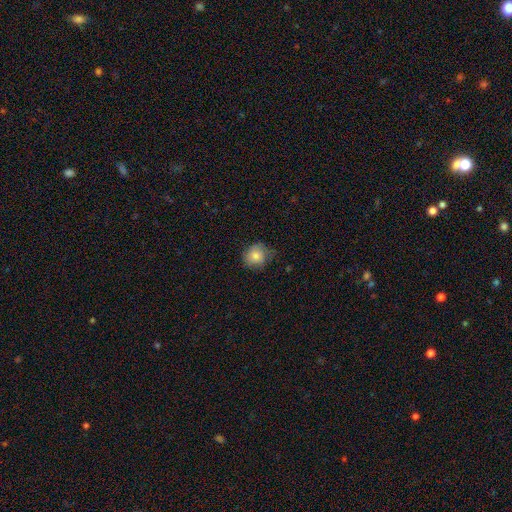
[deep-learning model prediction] A smooth galaxy with no disk features (78%) that is round (81%).

Vote fractions:
- Smooth or featured? smooth: 78% / featured or disk: 13% / star or artifact: 9%
- How rounded? round: 81% / in between: 18% / cigar-shaped: 1%
- Merging? none: 63% / minor disturbance: 27% / major disturbance: 8% / merger: 1%